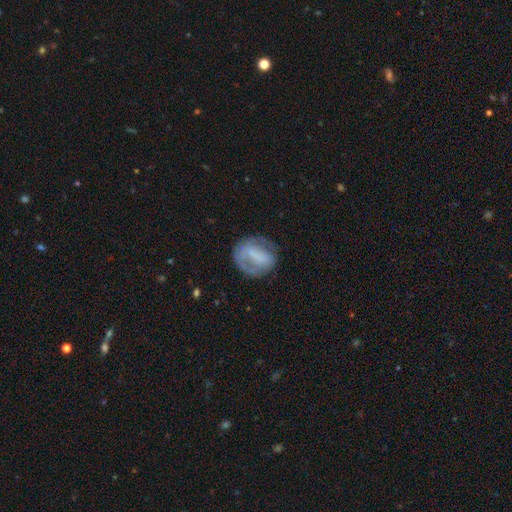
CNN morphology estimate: featured or disk 46%, smooth 45%, star or artifact 9%. Down the decision tree: merging — none (58%).